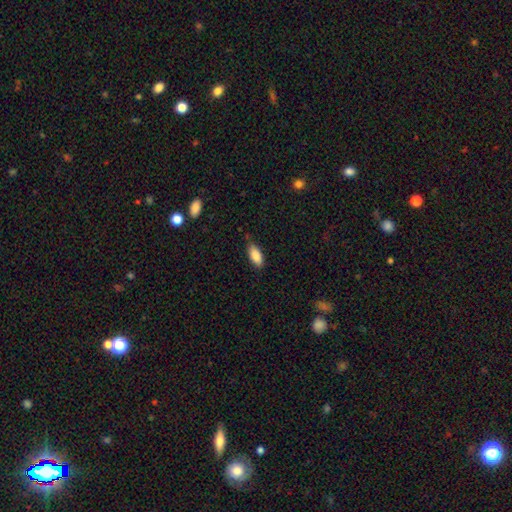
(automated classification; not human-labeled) smooth 85%, featured or disk 8%, star or artifact 7%. Down the decision tree: how rounded — in between (83%); merging — none (80%).